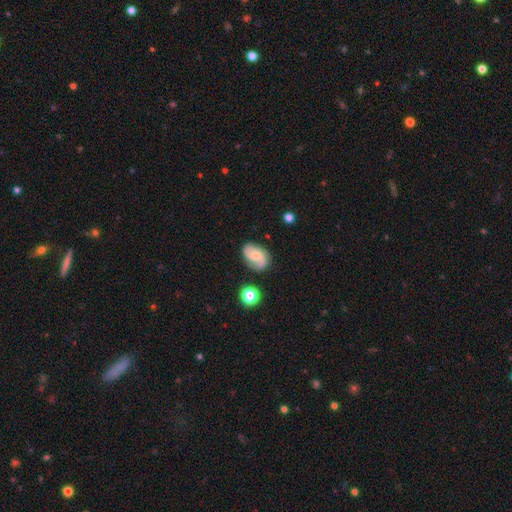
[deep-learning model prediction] A featured or disk galaxy (66%) with no bar (61%), 2 (81%) medium (44%) spiral arms (94%) and a small central bulge (44%, tied with moderate).

Vote fractions:
- Smooth or featured? featured or disk: 66% / smooth: 26% / star or artifact: 7%
- Edge-on disk? no: 97% / yes: 3%
- Bar? no: 61% / weak: 34% / strong: 5%
- Spiral arms? yes: 94% / no: 6%
- Spiral winding? medium: 44% / loose: 34% / tight: 22%
- Spiral arm count? 2: 81% / 1: 8% / can't tell: 7% / 3: 2% / 4: 1% / more than 4: 1%
- Bulge size? small: 44% (tied) / moderate: 44% (tied) / none: 7% / large: 4% / dominant: 1%
- Merging? none: 71% / minor disturbance: 19% / major disturbance: 6% / merger: 3%